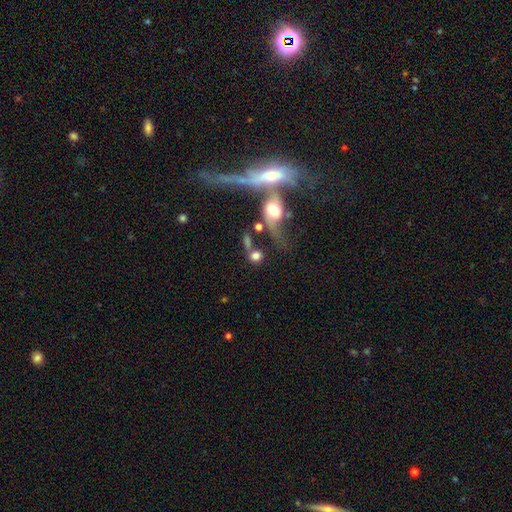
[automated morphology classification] Smooth or featured: smooth — 72% (featured or disk — 17%)
How rounded: round — 72% (in between — 25%)
Merging: none — 44% (merger — 31%)